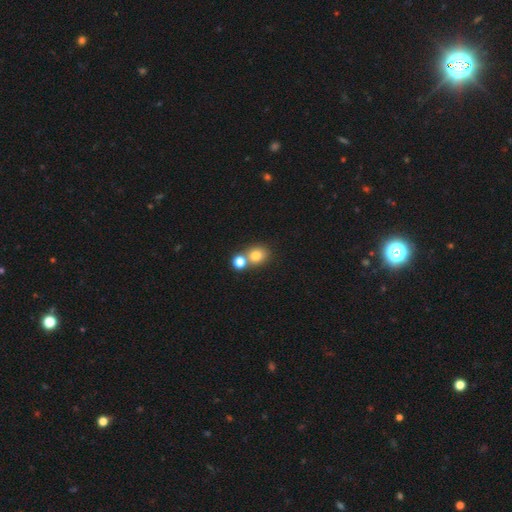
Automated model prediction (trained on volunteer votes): Q: Smooth or featured?
A: smooth (78%); runner-up: star or artifact (13%)
Q: How rounded?
A: round (72%); runner-up: in between (27%)
Q: Merging?
A: none (53%); runner-up: merger (37%)